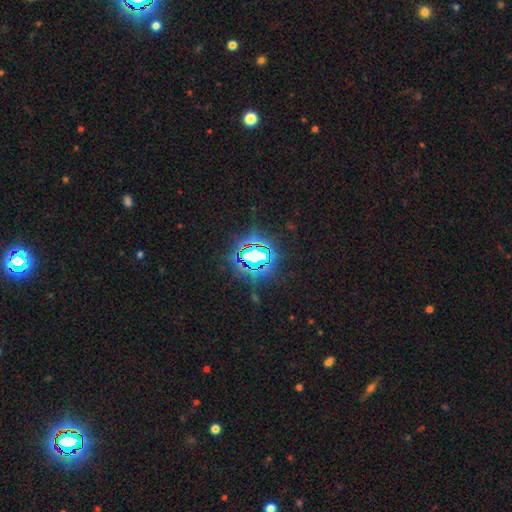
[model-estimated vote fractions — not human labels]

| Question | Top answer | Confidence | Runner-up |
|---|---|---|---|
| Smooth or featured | star or artifact | 76% | smooth (14%) |